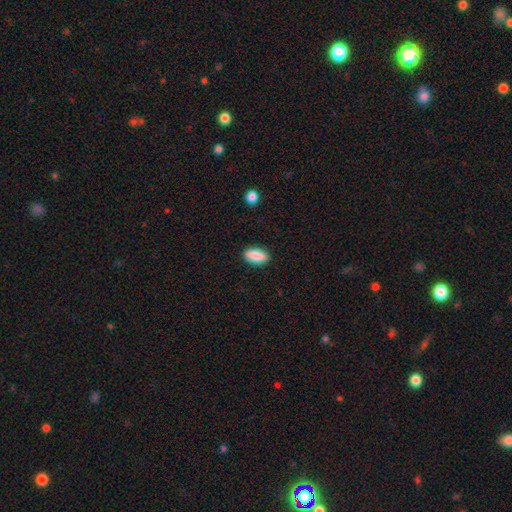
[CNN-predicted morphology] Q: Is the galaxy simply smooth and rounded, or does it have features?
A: smooth — 87%.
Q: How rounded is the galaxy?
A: in between — 88%.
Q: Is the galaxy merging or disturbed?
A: none — 89%.